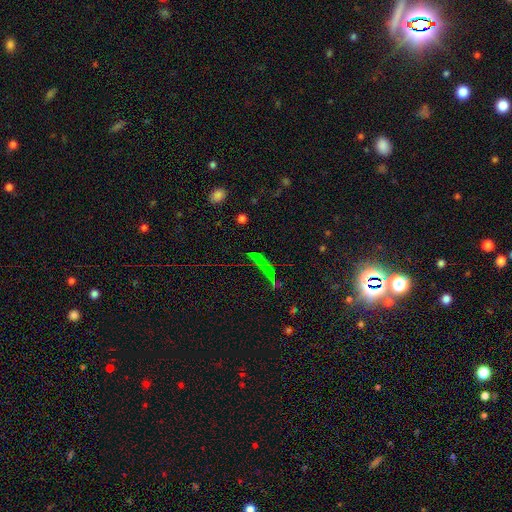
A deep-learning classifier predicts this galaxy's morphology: This appears to be a star or artifact, not a galaxy (61%).